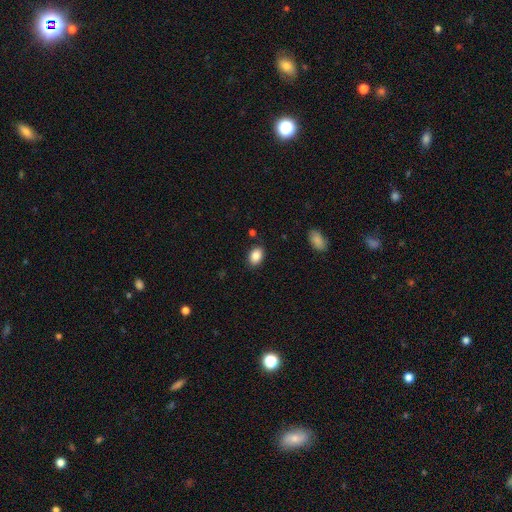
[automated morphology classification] This is clearly a smooth galaxy (87%). How rounded: clearly in between (83%). Merging: clearly none (86%).